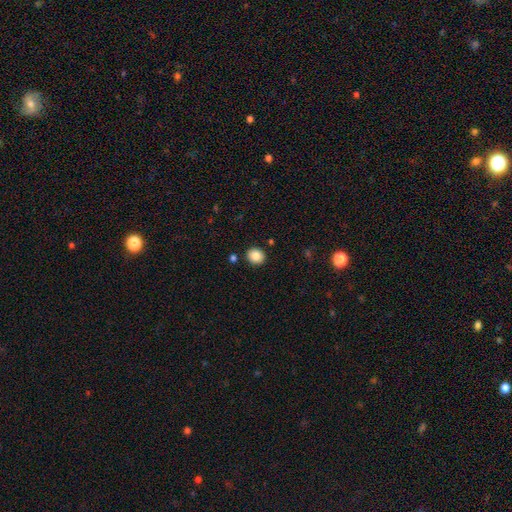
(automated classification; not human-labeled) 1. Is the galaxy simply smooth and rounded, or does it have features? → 85% smooth, 9% star or artifact, 5% featured or disk.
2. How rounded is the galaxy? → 76% round, 24% in between, 1% cigar-shaped.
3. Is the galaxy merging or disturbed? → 89% none, 6% minor disturbance, 2% merger, 2% major disturbance.